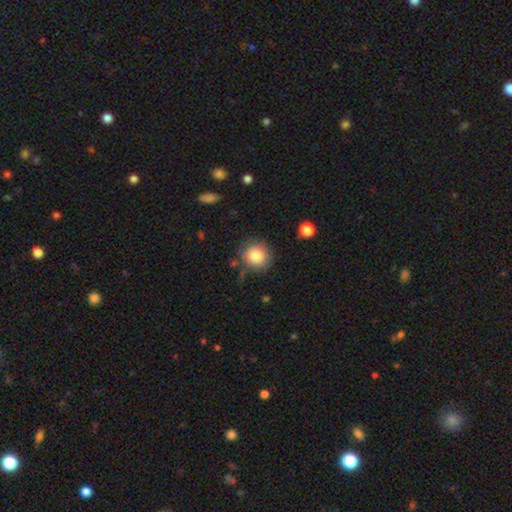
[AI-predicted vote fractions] This is clearly a smooth galaxy (84%). How rounded: clearly round (91%). Merging: likely none (74%).